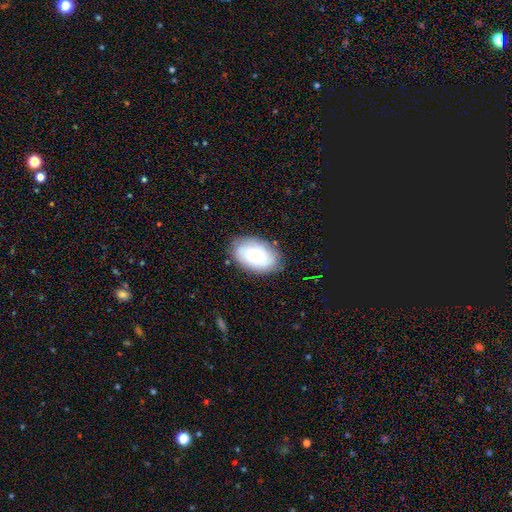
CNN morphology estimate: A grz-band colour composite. It shows a smooth galaxy with no disk features (67%) that is in between round and cigar-shaped (90%). Merging: none (81%).